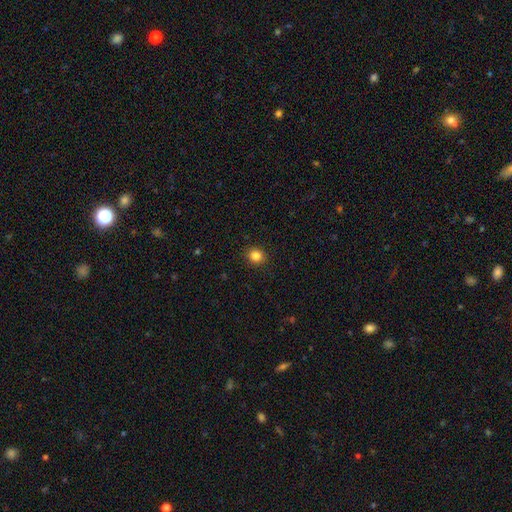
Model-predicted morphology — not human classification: Smooth or featured: smooth — 85% (star or artifact — 11%)
How rounded: round — 85% (in between — 14%)
Merging: none — 91% (minor disturbance — 6%)